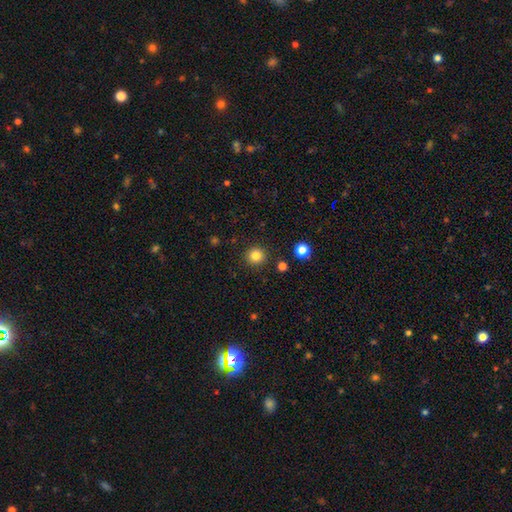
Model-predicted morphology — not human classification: This is clearly a smooth galaxy (83%). How rounded: clearly round (93%). Merging: clearly none (91%).